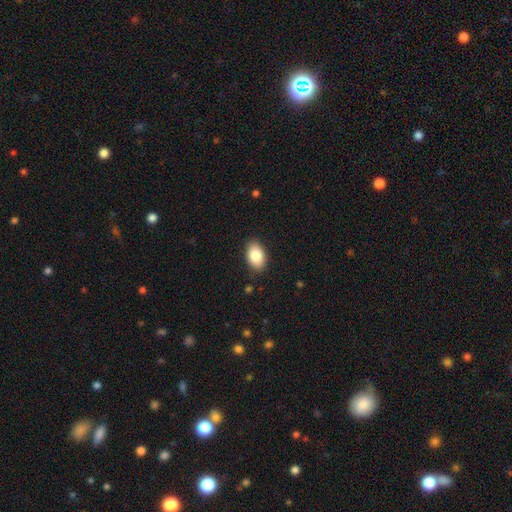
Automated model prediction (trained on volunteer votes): A smooth galaxy with no disk features (85%) that is in between round and cigar-shaped (91%).

Vote fractions:
- Smooth or featured? smooth: 85% / featured or disk: 8% / star or artifact: 7%
- How rounded? in between: 91% / round: 8% / cigar-shaped: 1%
- Merging? none: 88% / minor disturbance: 9% / major disturbance: 2% / merger: 1%